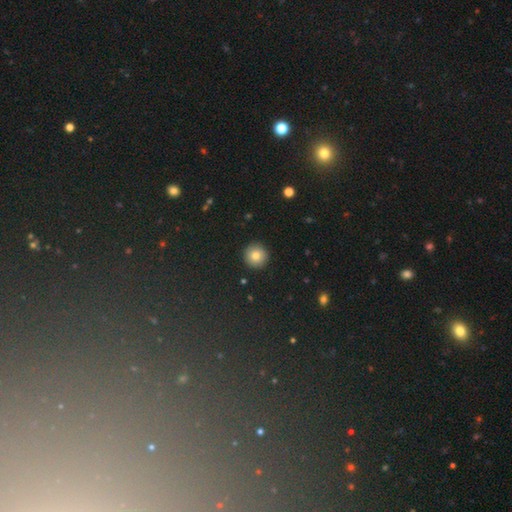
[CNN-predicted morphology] Overall: smooth (80%). How rounded: round (95%). Merging: none (92%).